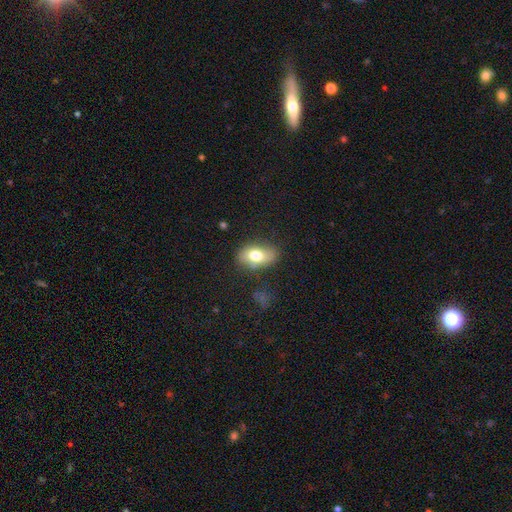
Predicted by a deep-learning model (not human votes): Smooth or featured: smooth — 72% (featured or disk — 19%)
How rounded: in between — 86% (round — 11%)
Merging: none — 70% (minor disturbance — 21%)